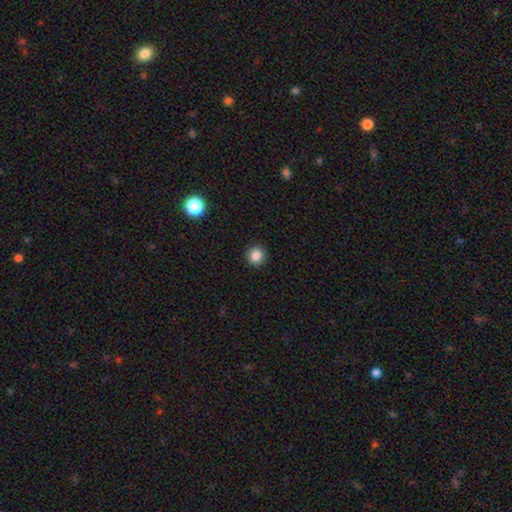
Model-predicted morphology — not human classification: A smooth galaxy with no disk features (84%) that is round (92%).

Vote fractions:
- Smooth or featured? smooth: 84% / star or artifact: 11% / featured or disk: 5%
- How rounded? round: 92% / in between: 7% / cigar-shaped: 1%
- Merging? none: 92% / minor disturbance: 6% / major disturbance: 2% / merger: 1%